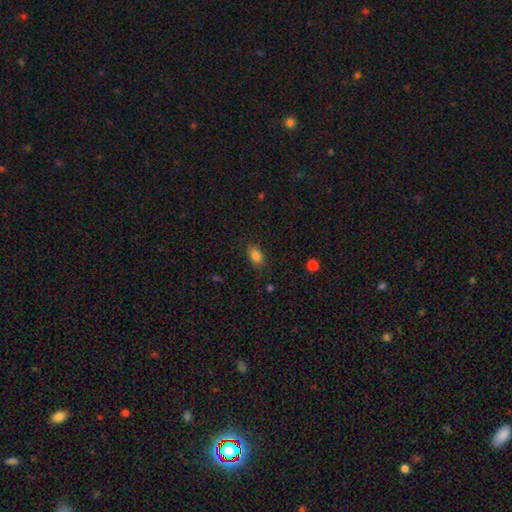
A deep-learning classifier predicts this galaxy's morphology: smooth_or_featured: smooth (p=0.85) [alt: star or artifact p=0.10]
how_rounded: in between (p=0.86) [alt: round p=0.12]
merging: none (p=0.83) [alt: minor disturbance p=0.12]